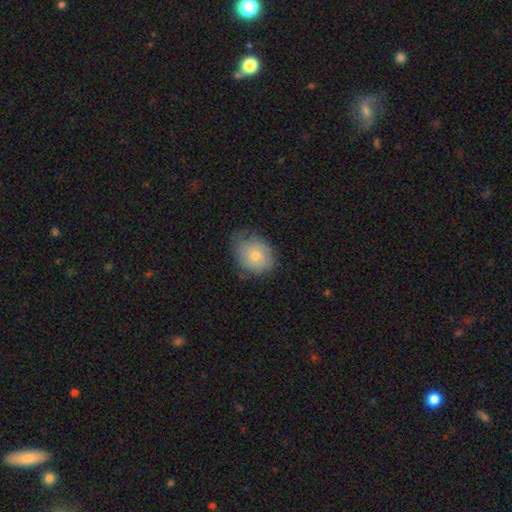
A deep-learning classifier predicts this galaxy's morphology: smooth_or_featured: smooth (p=0.69) [alt: featured or disk p=0.24]
how_rounded: round (p=0.52) [alt: in between p=0.47]
merging: none (p=0.57) [alt: minor disturbance p=0.31]